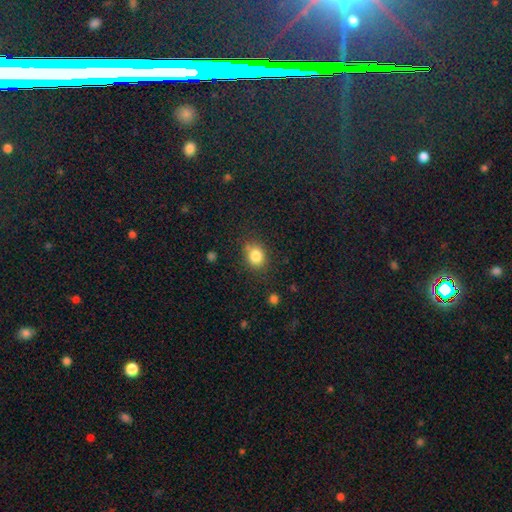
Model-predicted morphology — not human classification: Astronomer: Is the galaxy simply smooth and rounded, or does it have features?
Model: smooth — 83%.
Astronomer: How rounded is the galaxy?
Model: round — 64%.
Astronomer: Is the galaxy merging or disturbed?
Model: none — 78%.